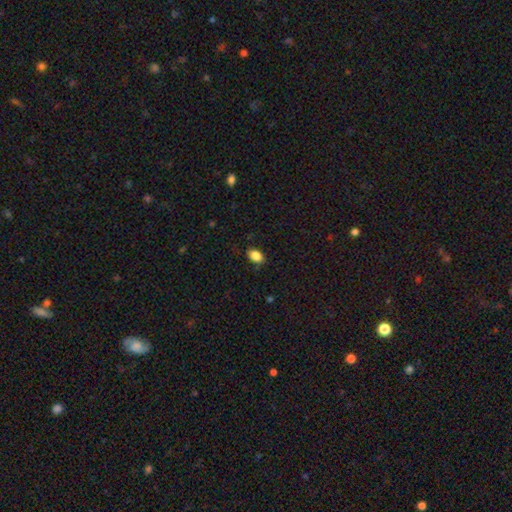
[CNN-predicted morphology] A smooth galaxy with no disk features (87%) that is in between round and cigar-shaped (80%).

Vote fractions:
- Smooth or featured? smooth: 87% / star or artifact: 9% / featured or disk: 4%
- How rounded? in between: 80% / round: 19% / cigar-shaped: 1%
- Merging? none: 84% / minor disturbance: 12% / major disturbance: 3% / merger: 1%